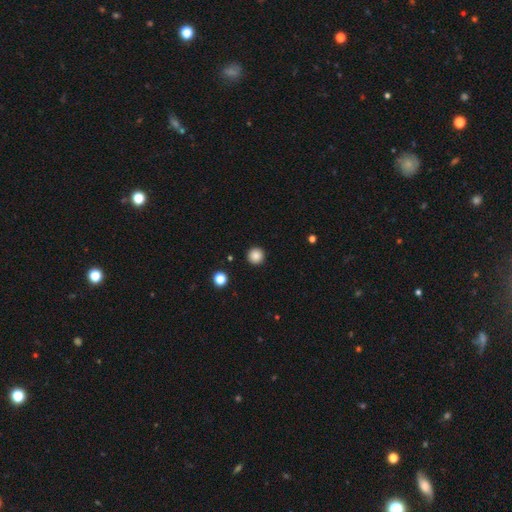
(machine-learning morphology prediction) smooth_or_featured: smooth (p=0.86) [alt: star or artifact p=0.10]
how_rounded: round (p=0.96) [alt: in between p=0.03]
merging: none (p=0.93) [alt: minor disturbance p=0.04]